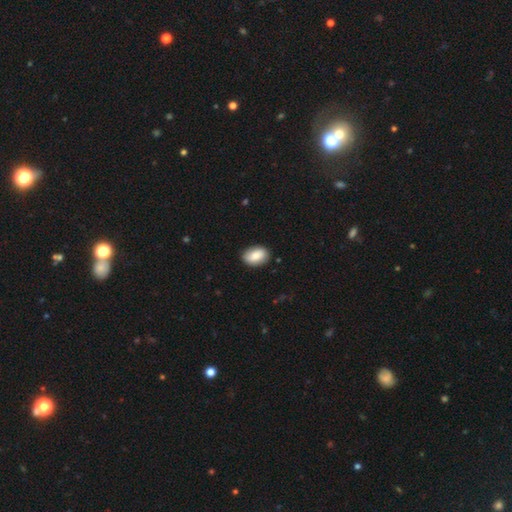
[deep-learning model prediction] Morphology: type=smooth (80%); roundness=in between (89%); merging=none (86%).